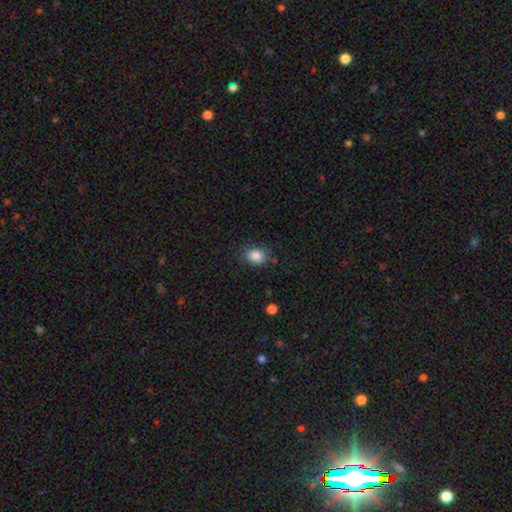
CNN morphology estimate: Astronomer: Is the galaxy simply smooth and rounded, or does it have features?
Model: smooth — 85%.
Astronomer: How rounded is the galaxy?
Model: in between — 54% (runner-up: round, 45%).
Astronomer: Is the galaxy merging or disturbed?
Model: none — 82%.